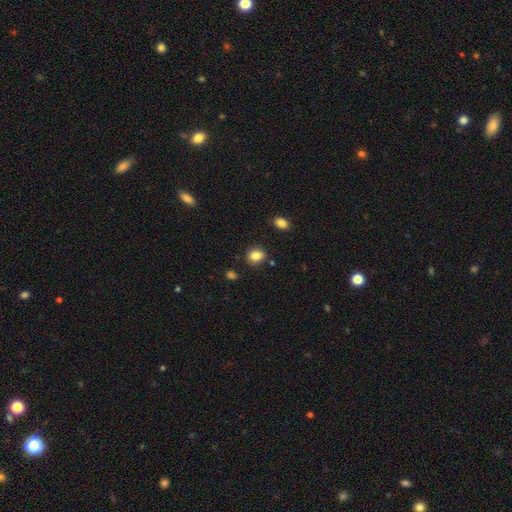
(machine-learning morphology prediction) smooth 84%, star or artifact 10%, featured or disk 6%. Down the decision tree: how rounded — round (62%); merging — none (85%).